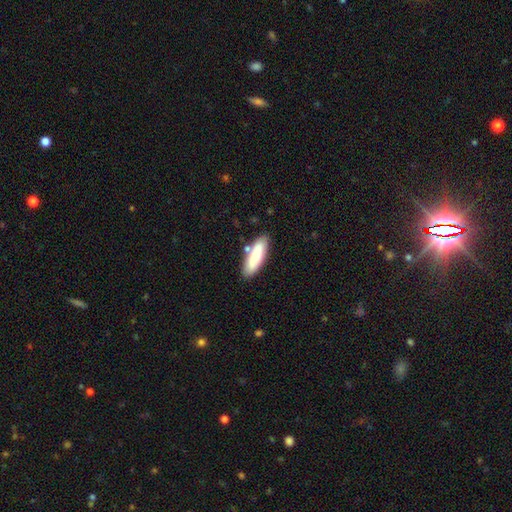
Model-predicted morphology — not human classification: type=smooth (72%); roundness=in between (50%); merging=none (76%).